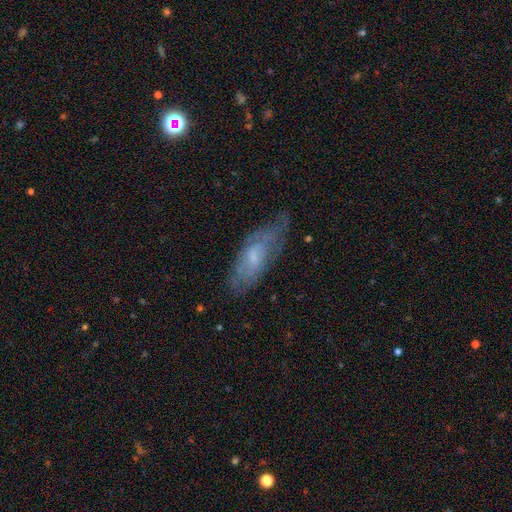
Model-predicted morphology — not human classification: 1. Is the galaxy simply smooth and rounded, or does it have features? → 52% featured or disk, 34% smooth, 13% star or artifact.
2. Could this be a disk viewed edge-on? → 73% no, 27% yes.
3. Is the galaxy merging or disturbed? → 71% none, 21% minor disturbance, 6% major disturbance, 2% merger.